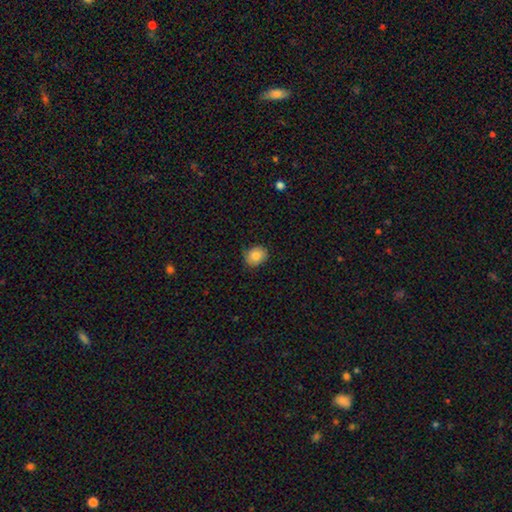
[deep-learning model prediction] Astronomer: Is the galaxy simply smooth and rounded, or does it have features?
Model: smooth — 83%.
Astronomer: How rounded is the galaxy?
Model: round — 52% (runner-up: in between, 47%).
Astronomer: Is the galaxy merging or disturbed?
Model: none — 83%.